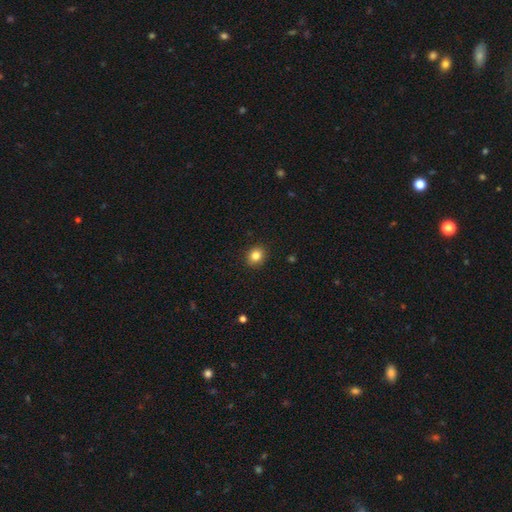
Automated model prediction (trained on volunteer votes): Smooth or featured? Predicted: smooth (p=0.83). How rounded? Predicted: round (p=0.70). Merging? Predicted: none (p=0.91).